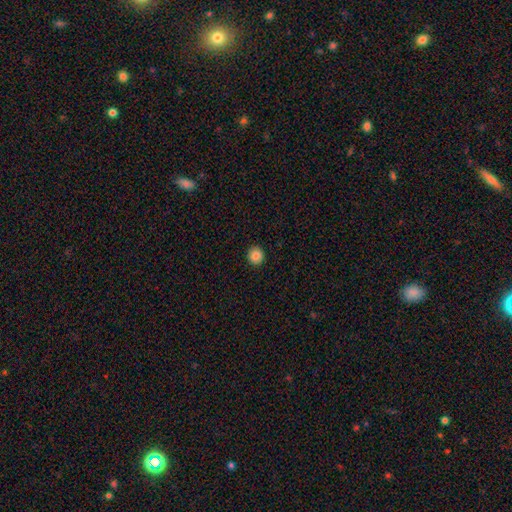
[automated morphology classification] Smooth or featured?
  - smooth: 85% *
  - star or artifact: 9%
  - featured or disk: 5%
How rounded?
  - round: 92% *
  - in between: 7%
  - cigar-shaped: 1%
Merging?
  - none: 93% *
  - minor disturbance: 5%
  - major disturbance: 2%
  - merger: 1%